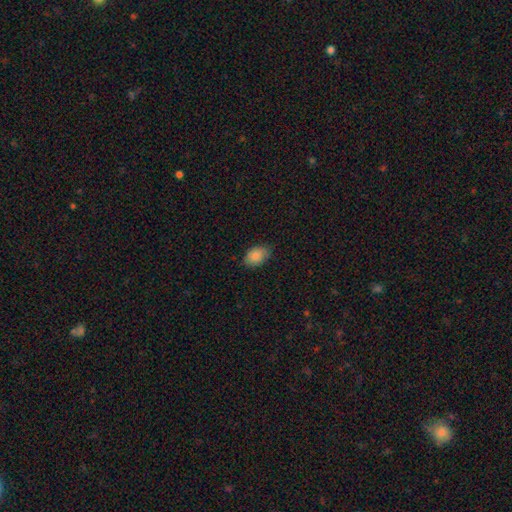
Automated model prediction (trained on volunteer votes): Smooth or featured? smooth (87%)
How rounded? in between (86%)
Merging? none (78%)